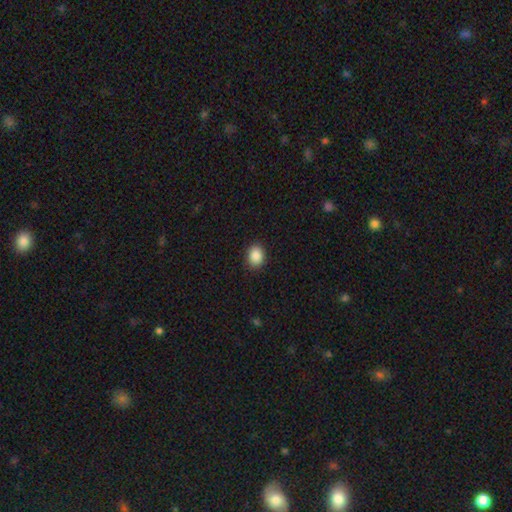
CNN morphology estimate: Smooth or featured? smooth (89%)
How rounded? in between (57%)
Merging? none (89%)